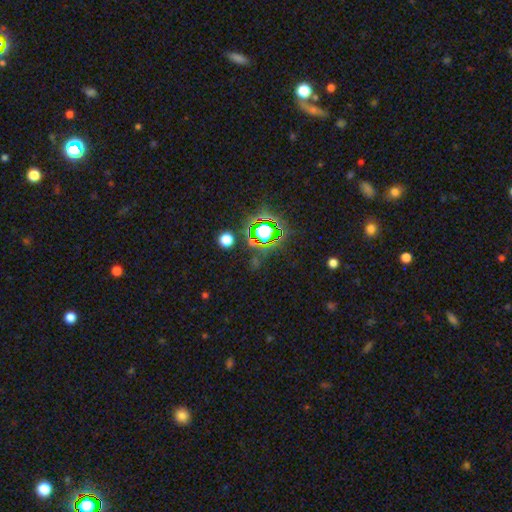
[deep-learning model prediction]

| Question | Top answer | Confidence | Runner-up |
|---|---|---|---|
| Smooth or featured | star or artifact | 78% | smooth (14%) |